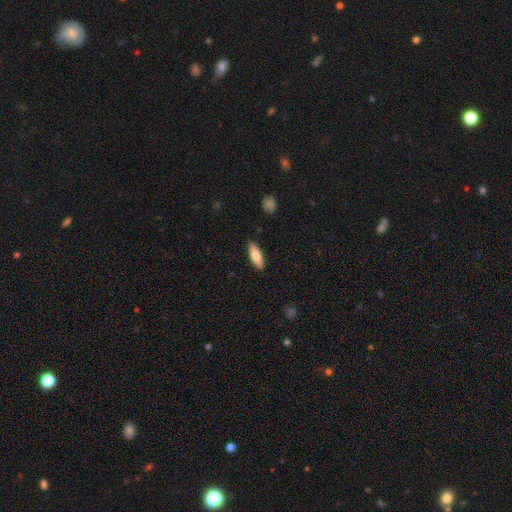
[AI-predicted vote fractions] This is likely a smooth galaxy (63%). How rounded: possibly cigar-shaped (49%, tied with in between). Merging: clearly none (89%).